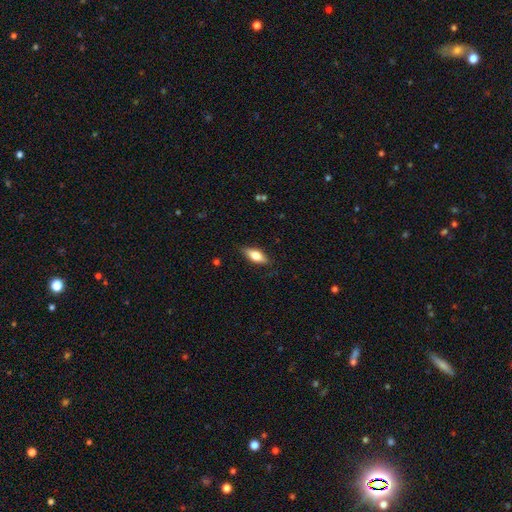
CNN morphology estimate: Smooth or featured? smooth (68%)
How rounded? in between (74%)
Merging? none (82%)